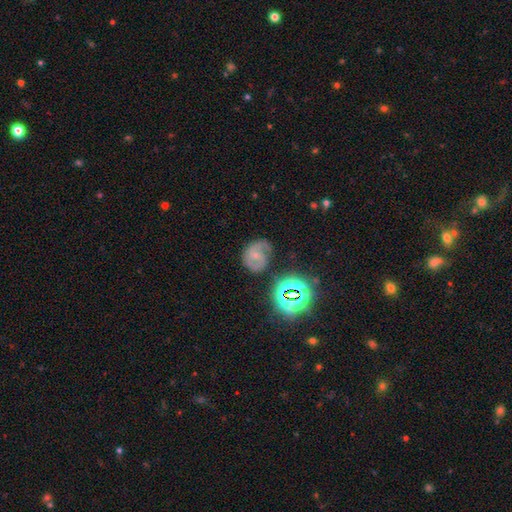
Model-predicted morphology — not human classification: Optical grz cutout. It shows a featured or disk galaxy (68%) with no bar (53%), 2 (69%) medium (47%) spiral arms (92%) and a small central bulge (65%). Merging: none (63%).